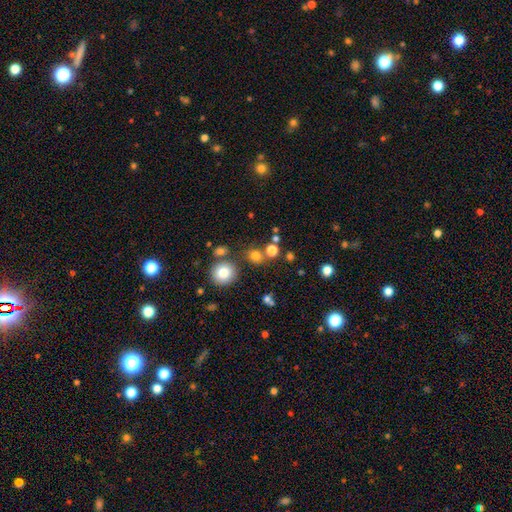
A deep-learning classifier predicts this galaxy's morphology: Smooth or featured?
  - smooth: 77% *
  - star or artifact: 16%
  - featured or disk: 7%
How rounded?
  - round: 83% *
  - in between: 16%
  - cigar-shaped: 1%
Merging?
  - none: 72% *
  - merger: 15%
  - minor disturbance: 9%
  - major disturbance: 4%